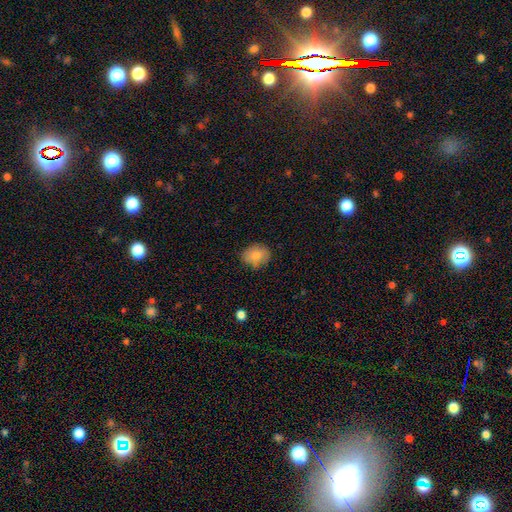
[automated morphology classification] Overall: smooth (82%). How rounded: round (55%; in between 44%). Merging: none (75%).